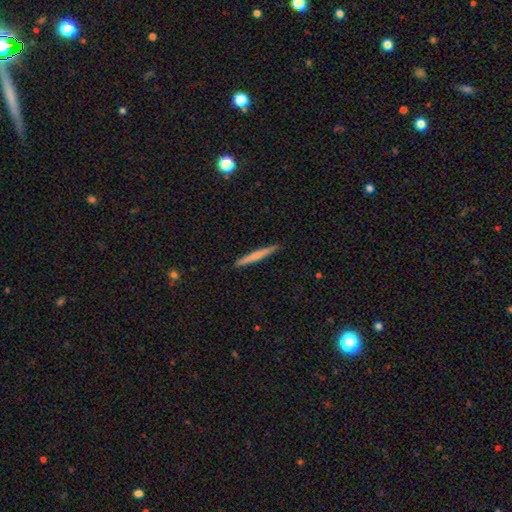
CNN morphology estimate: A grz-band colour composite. It shows a smooth galaxy with no disk features (59%) that is cigar-shaped (97%). Merging: none (92%).